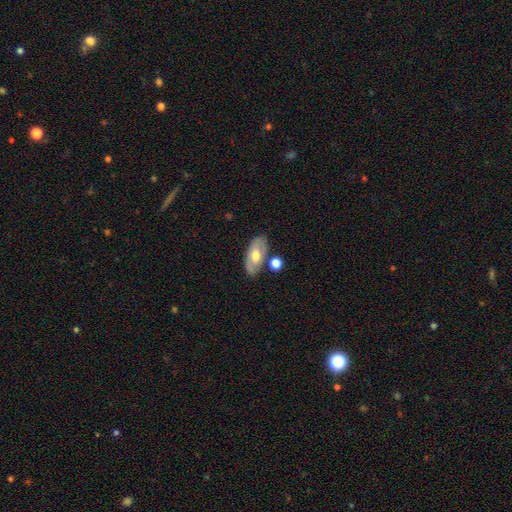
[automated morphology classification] Smooth or featured?
  - featured or disk: 47% * (tied)
  - smooth: 47% * (tied)
  - star or artifact: 7%
Merging?
  - none: 69% *
  - minor disturbance: 16%
  - merger: 11%
  - major disturbance: 4%